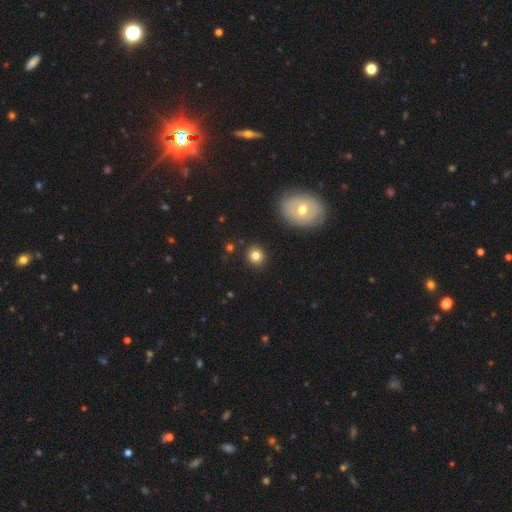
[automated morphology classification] This appears to be a smooth galaxy with no disk features (82%) that is round (87%). Merging: none (89%).